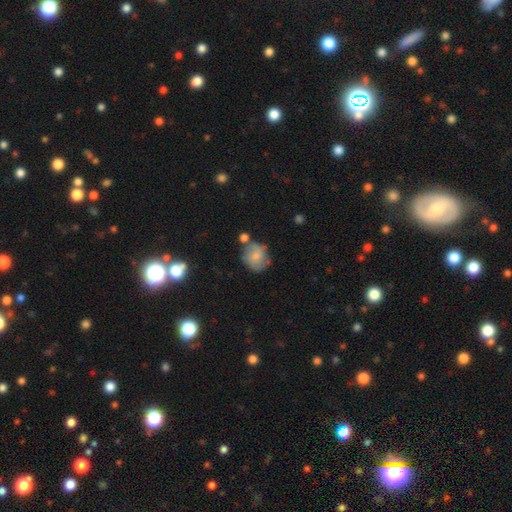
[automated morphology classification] Smooth or featured? Predicted: smooth (p=0.60). How rounded? Predicted: round (p=0.72). Merging? Predicted: none (p=0.55).